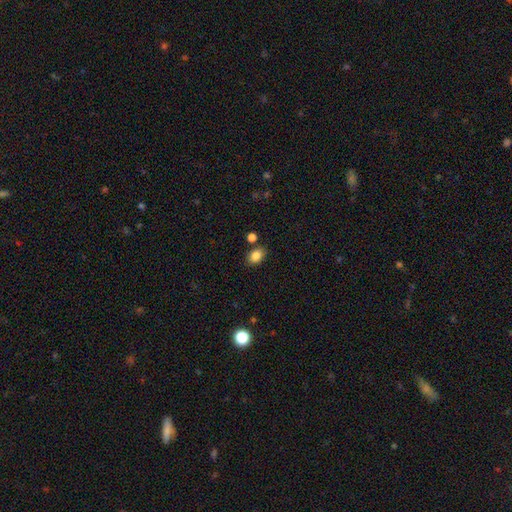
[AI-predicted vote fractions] A smooth galaxy with no disk features (85%) that is in between round and cigar-shaped (76%).

Vote fractions:
- Smooth or featured? smooth: 85% / star or artifact: 10% / featured or disk: 5%
- How rounded? in between: 76% / round: 22% / cigar-shaped: 1%
- Merging? none: 80% / minor disturbance: 11% / merger: 6% / major disturbance: 3%